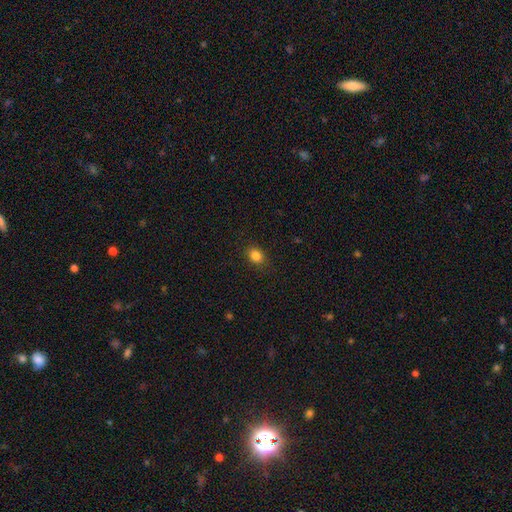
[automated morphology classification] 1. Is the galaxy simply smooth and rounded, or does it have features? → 84% smooth, 11% star or artifact, 5% featured or disk.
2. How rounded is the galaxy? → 54% in between, 45% round, 1% cigar-shaped.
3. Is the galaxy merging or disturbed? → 86% none, 10% minor disturbance, 3% major disturbance, 1% merger.